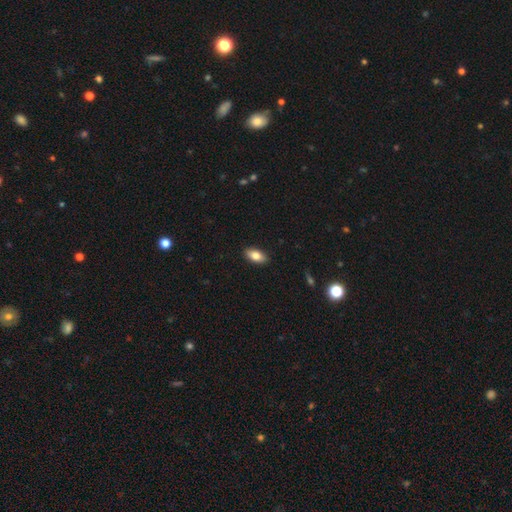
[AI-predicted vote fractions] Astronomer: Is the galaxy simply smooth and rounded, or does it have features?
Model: smooth — 81%.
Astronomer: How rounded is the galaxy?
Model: in between — 91%.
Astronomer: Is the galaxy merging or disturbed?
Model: none — 90%.